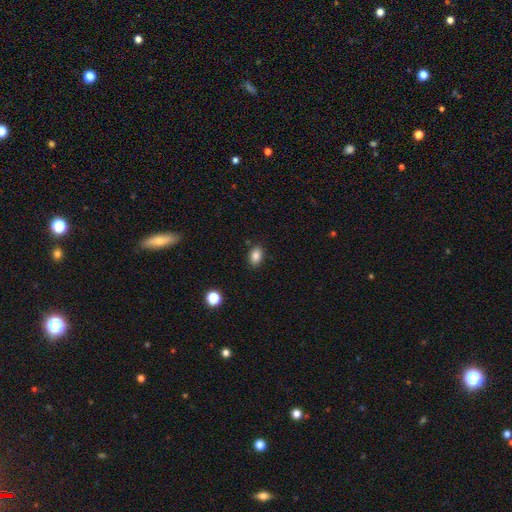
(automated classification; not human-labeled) This is clearly a smooth galaxy (85%). How rounded: clearly in between (81%). Merging: clearly none (87%).